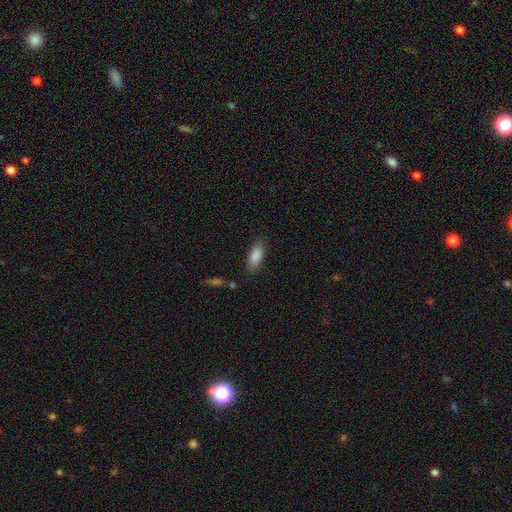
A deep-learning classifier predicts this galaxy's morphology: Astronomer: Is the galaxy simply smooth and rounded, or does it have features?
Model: smooth — 86%.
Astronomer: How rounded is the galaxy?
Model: in between — 73%.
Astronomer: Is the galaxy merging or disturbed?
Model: none — 80%.